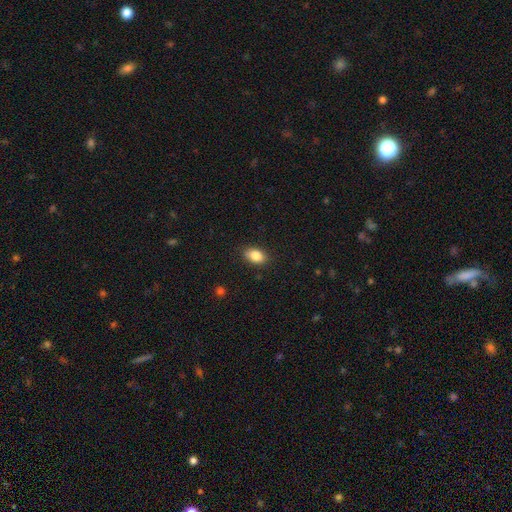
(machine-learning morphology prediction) This appears to be a smooth galaxy with no disk features (85%) that is in between round and cigar-shaped (85%). Merging: none (86%).